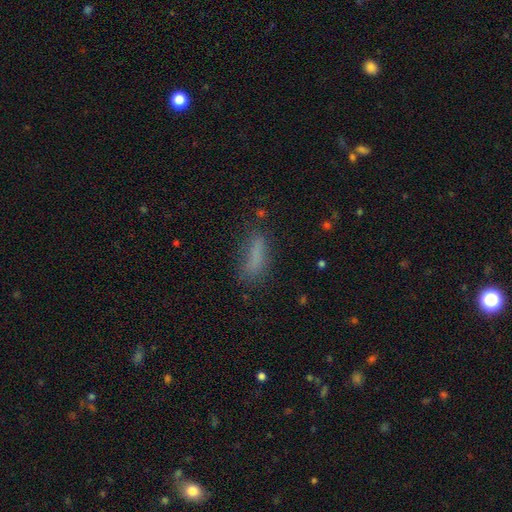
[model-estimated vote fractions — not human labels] Smooth or featured: smooth — 75% (featured or disk — 12%)
How rounded: cigar-shaped — 57% (in between — 40%)
Merging: none — 63% (minor disturbance — 23%)